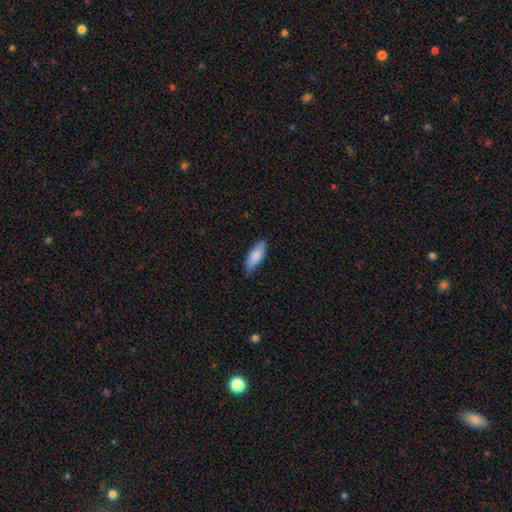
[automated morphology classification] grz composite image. It shows a smooth galaxy with no disk features (84%) that is in between round and cigar-shaped (67%). Merging: none (82%).